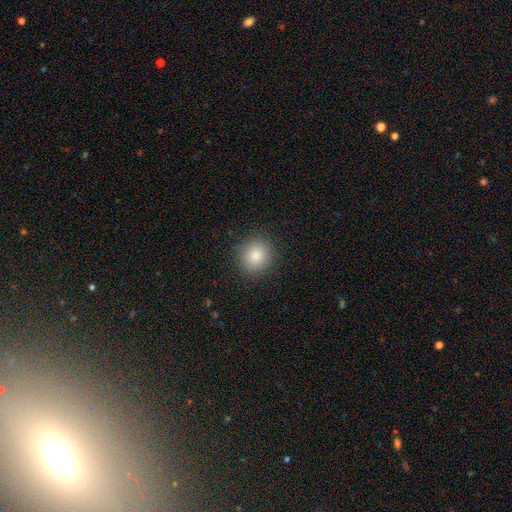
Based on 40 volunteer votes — Volunteers were most divided on "merging": none: 82%, minor disturbance: 18%, major disturbance: 0%, merger: 0%. More confident: how rounded — round (91%); smooth or featured — smooth (88%).